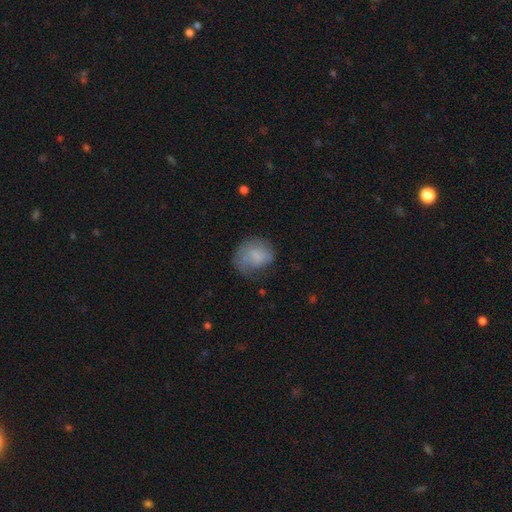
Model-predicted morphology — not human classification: This is likely a smooth galaxy (68%). How rounded: likely round (60%). Merging: possibly none (47%).